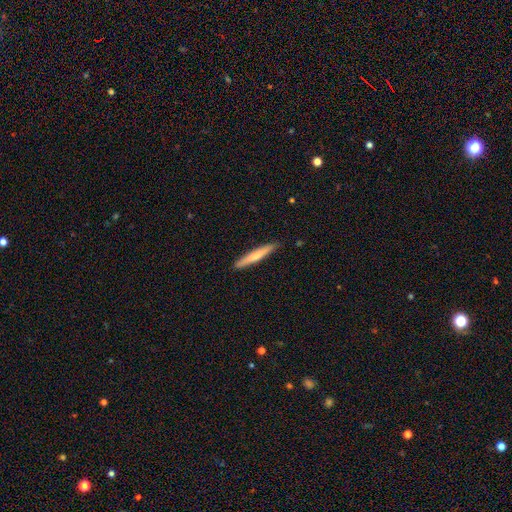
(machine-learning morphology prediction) Smooth or featured: smooth — 61% (featured or disk — 34%)
How rounded: cigar-shaped — 95% (in between — 4%)
Merging: none — 89% (minor disturbance — 9%)